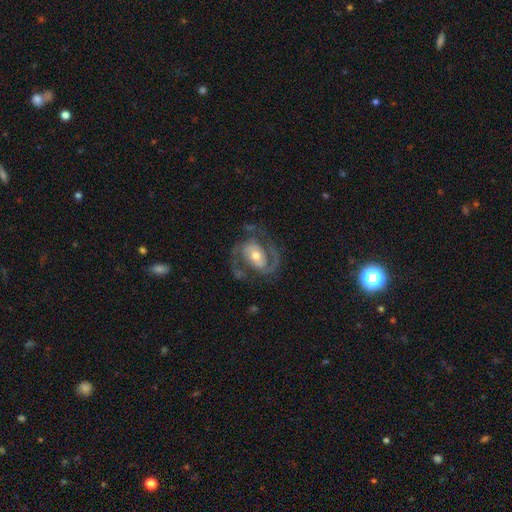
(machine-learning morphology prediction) featured or disk 87%, smooth 8%, star or artifact 5%. Down the decision tree: edge-on disk — no (97%); bar — no (42%); spiral arms — yes (94%); spiral arm count — 2 (89%); spiral winding — medium (55%); bulge size — moderate (60%); merging — none (69%).